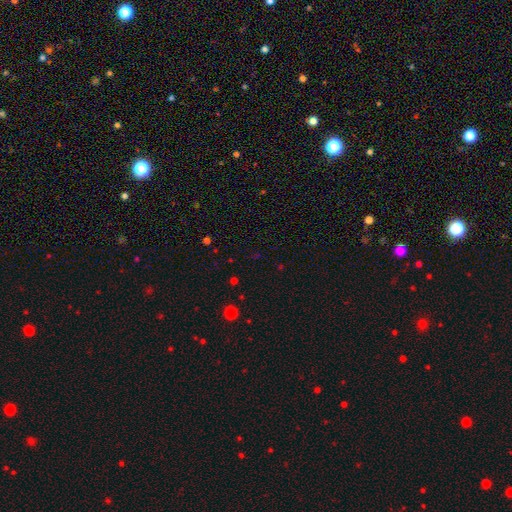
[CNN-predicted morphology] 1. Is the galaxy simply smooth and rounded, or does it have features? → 61% star or artifact, 31% smooth, 7% featured or disk.